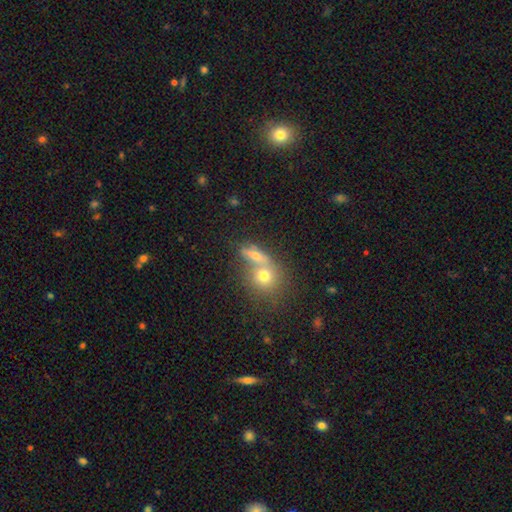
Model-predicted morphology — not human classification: smooth 61%, featured or disk 23%, star or artifact 15%. Down the decision tree: how rounded — in between (43%); merging — merger (45%).